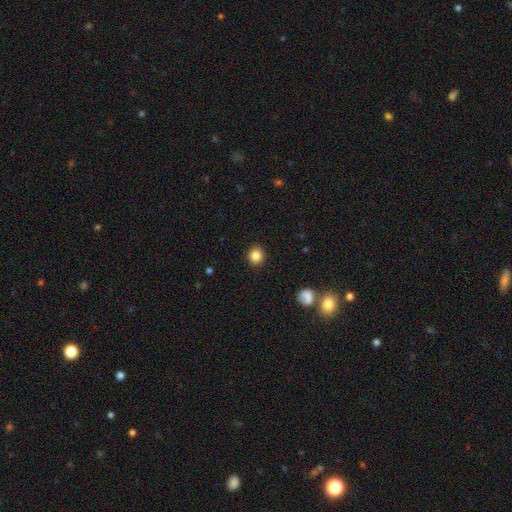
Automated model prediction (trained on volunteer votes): smooth-or-featured: smooth: 86% | star or artifact: 10% | featured or disk: 4%
  how-rounded: round: 80% | in between: 19% | cigar-shaped: 1%
  merging: none: 91% | minor disturbance: 6% | major disturbance: 2% | merger: 1%